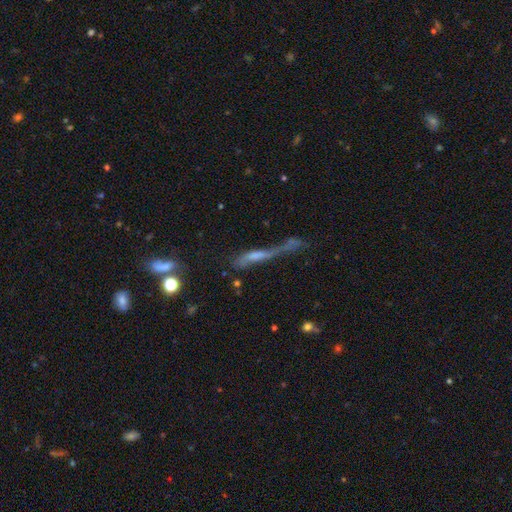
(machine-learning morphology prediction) Q: Smooth or featured?
A: featured or disk (50%); runner-up: smooth (34%)
Q: Edge-on disk?
A: yes (54%); runner-up: no (46%)
Q: Merging?
A: major disturbance (33%); runner-up: merger (26%)